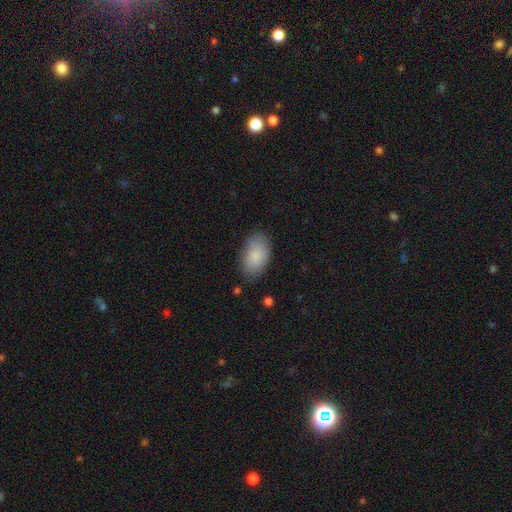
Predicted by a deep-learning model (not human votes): Q: Smooth or featured?
A: smooth (87%); runner-up: featured or disk (7%)
Q: How rounded?
A: in between (93%); runner-up: round (6%)
Q: Merging?
A: none (80%); runner-up: minor disturbance (15%)